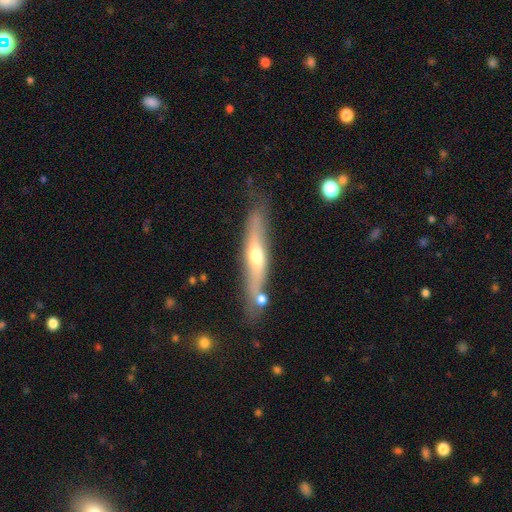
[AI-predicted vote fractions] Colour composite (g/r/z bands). It shows a featured or disk galaxy (57%) viewed edge-on (79%). Merging: none (71%).